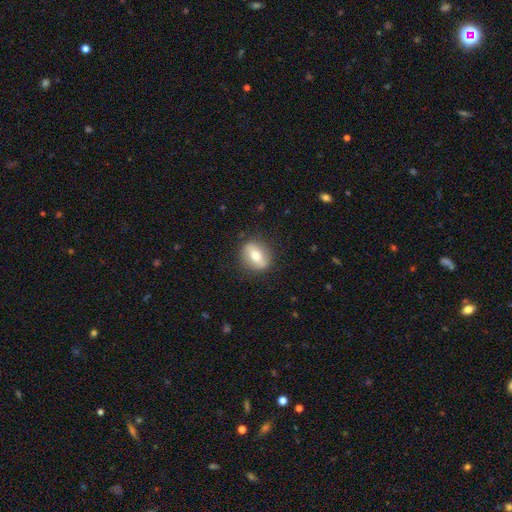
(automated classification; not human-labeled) smooth_or_featured: smooth (p=0.57) [alt: featured or disk p=0.35]
how_rounded: in between (p=0.52) [alt: round p=0.44]
merging: none (p=0.84) [alt: minor disturbance p=0.11]